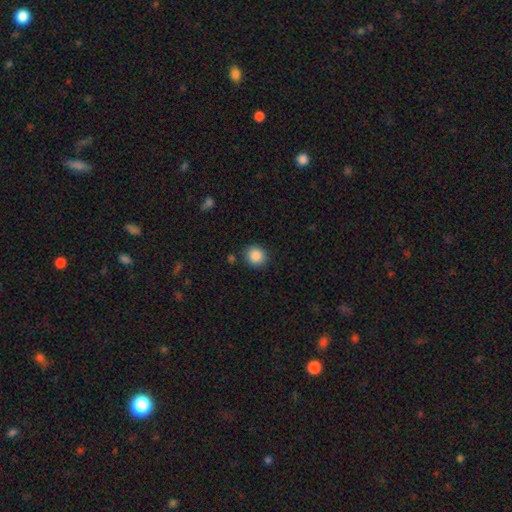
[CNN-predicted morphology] This is clearly a smooth galaxy (88%). How rounded: clearly round (86%). Merging: clearly none (87%).